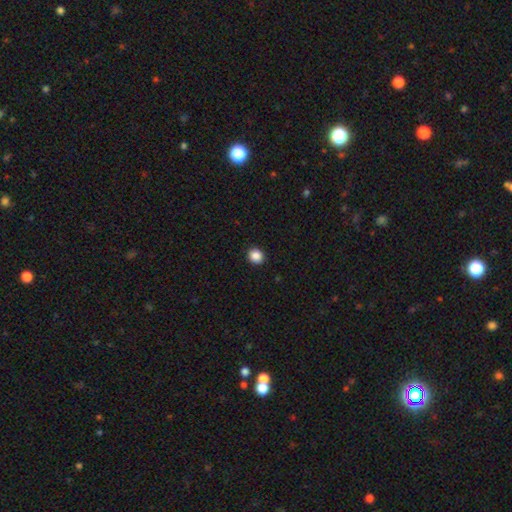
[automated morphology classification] Q: Smooth or featured?
A: smooth (87%); runner-up: star or artifact (10%)
Q: How rounded?
A: round (81%); runner-up: in between (18%)
Q: Merging?
A: none (93%); runner-up: minor disturbance (5%)